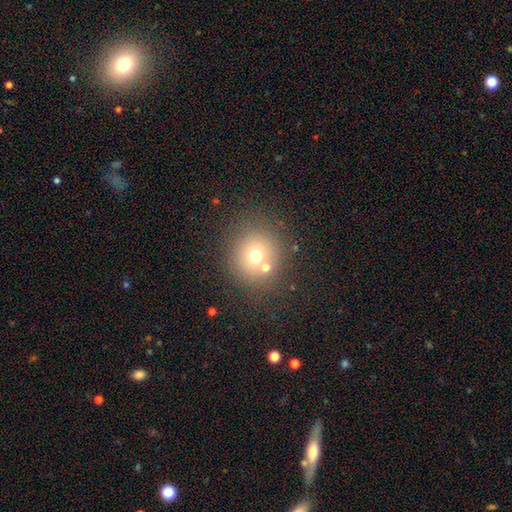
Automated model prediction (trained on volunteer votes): This appears to be a smooth galaxy with no disk features (67%) that is round (90%). Merging: none (68%).